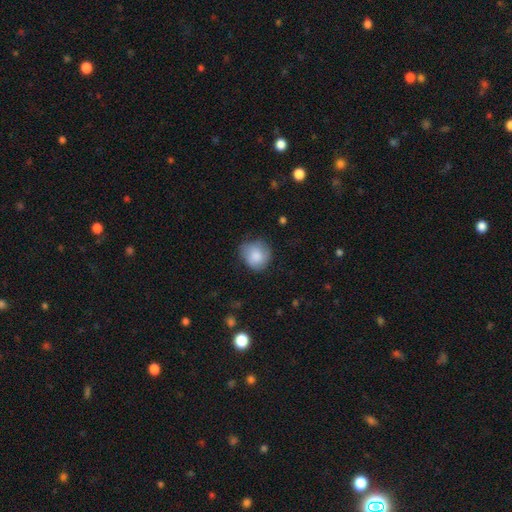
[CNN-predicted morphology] This appears to be a smooth galaxy with no disk features (82%) that is round (80%). Merging: none (61%).